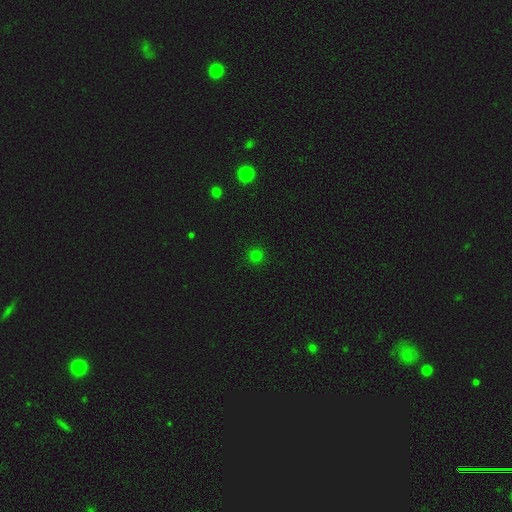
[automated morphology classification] Smooth or featured? smooth (76%)
How rounded? round (95%)
Merging? none (92%)